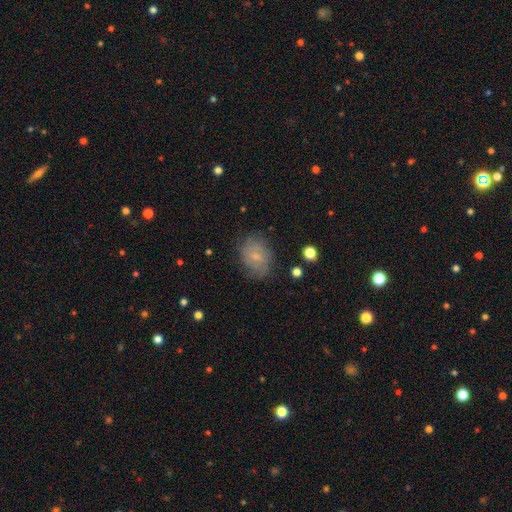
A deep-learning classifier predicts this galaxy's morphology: type=smooth (61%); roundness=in between (61%); merging=none (73%).